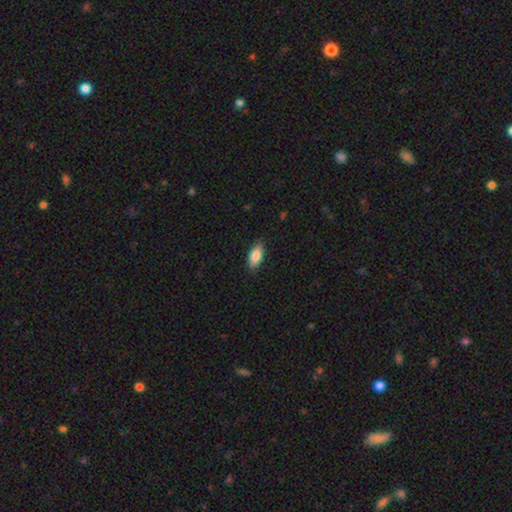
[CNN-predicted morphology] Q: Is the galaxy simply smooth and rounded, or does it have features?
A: smooth — 85%.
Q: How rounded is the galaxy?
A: in between — 87%.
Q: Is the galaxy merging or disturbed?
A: none — 85%.